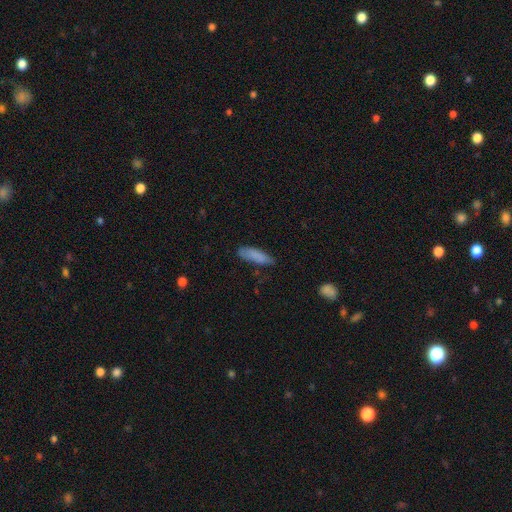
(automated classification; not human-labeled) smooth-or-featured: smooth: 82% | featured or disk: 11% | star or artifact: 7%
  how-rounded: cigar-shaped: 50% | in between: 48% | round: 2%
  merging: none: 64% | minor disturbance: 28% | major disturbance: 6% | merger: 2%